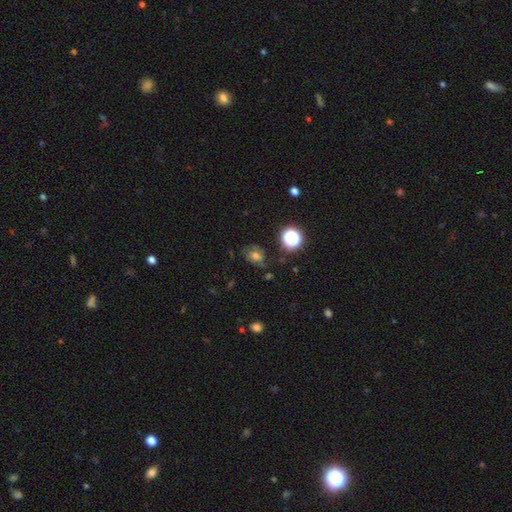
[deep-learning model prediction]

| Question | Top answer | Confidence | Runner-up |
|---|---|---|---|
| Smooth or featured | smooth | 55% | star or artifact (23%) |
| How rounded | in between | 50% | round (49%) |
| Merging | none | 60% | minor disturbance (25%) |